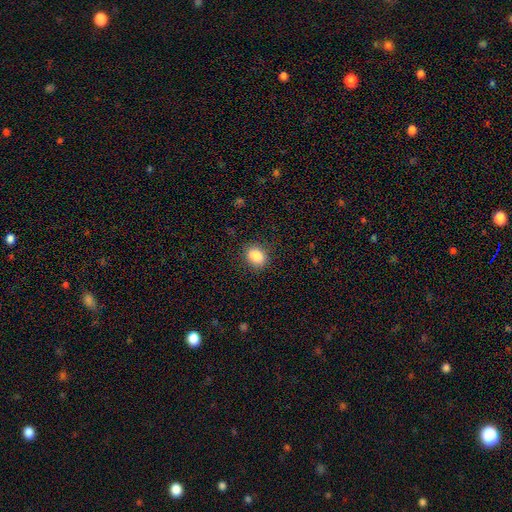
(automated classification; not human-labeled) Smooth or featured? Predicted: smooth (p=0.86). How rounded? Predicted: round (p=0.50). Merging? Predicted: none (p=0.86).